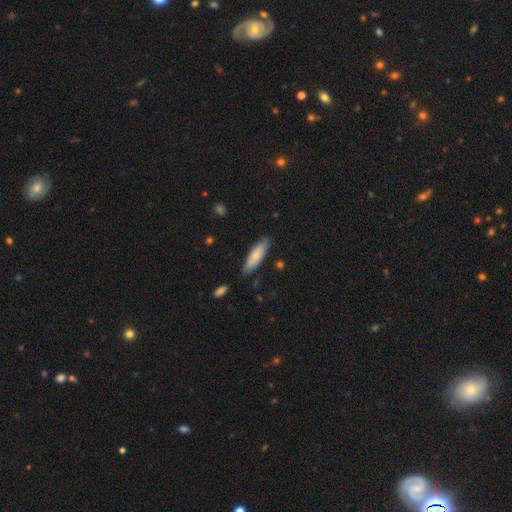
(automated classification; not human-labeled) smooth-or-featured: smooth: 75% | featured or disk: 20% | star or artifact: 5%
  how-rounded: cigar-shaped: 60% | in between: 39% | round: 1%
  merging: none: 83% | minor disturbance: 13% | major disturbance: 2% | merger: 2%